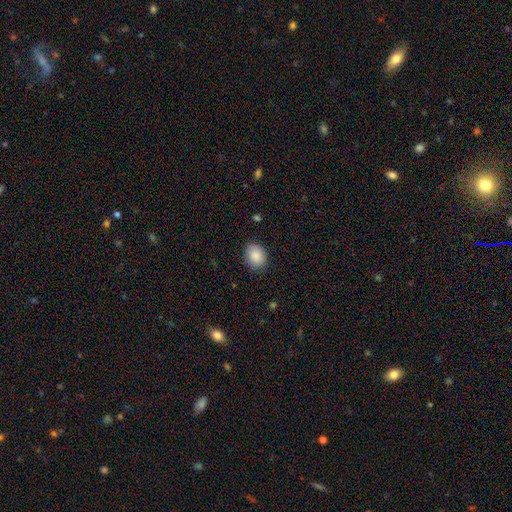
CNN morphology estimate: Overall: smooth (88%). How rounded: in between (51%; round 48%). Merging: none (86%).